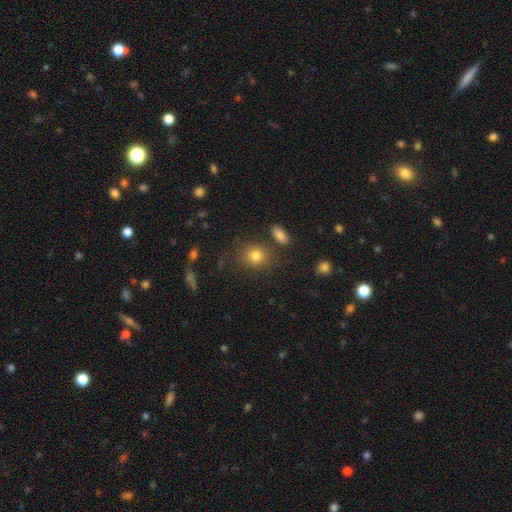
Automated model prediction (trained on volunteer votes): Overall: smooth (81%). How rounded: round (78%). Merging: none (78%).